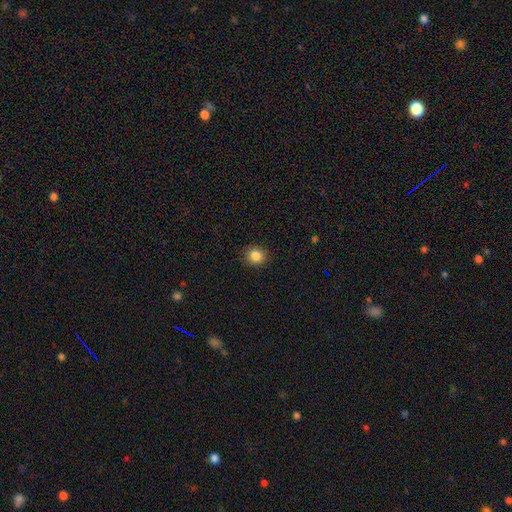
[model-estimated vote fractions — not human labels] A smooth galaxy with no disk features (85%) that is round (79%).

Vote fractions:
- Smooth or featured? smooth: 85% / star or artifact: 10% / featured or disk: 4%
- How rounded? round: 79% / in between: 21% / cigar-shaped: 1%
- Merging? none: 89% / minor disturbance: 8% / major disturbance: 2% / merger: 1%